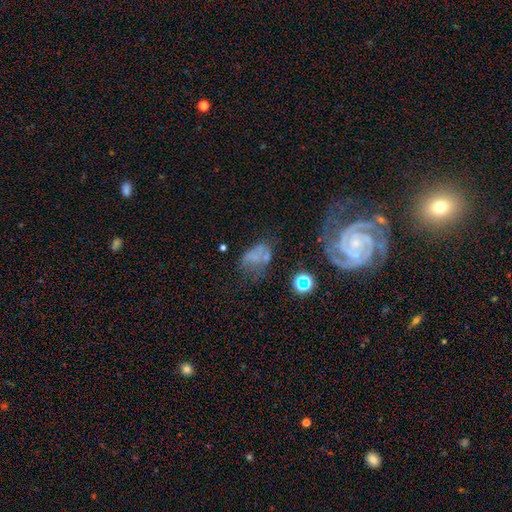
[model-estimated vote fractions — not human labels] Smooth or featured? Predicted: featured or disk (p=0.42). Merging? Predicted: none (p=0.34).